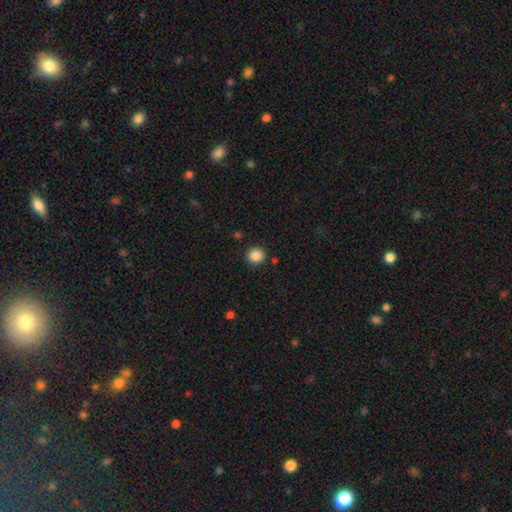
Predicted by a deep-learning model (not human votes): Overall: smooth (87%). How rounded: round (86%). Merging: none (89%).